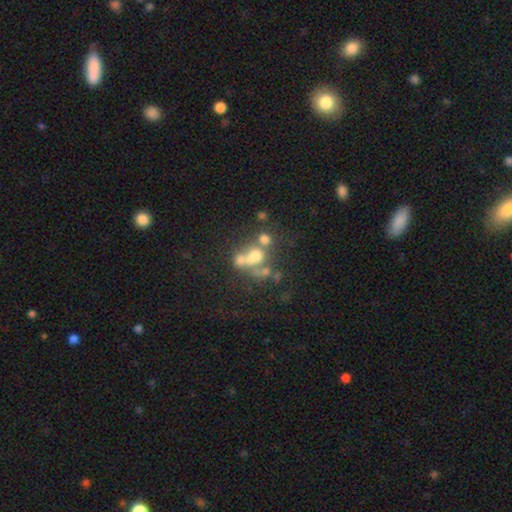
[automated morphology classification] type=smooth (45%); merging=merger (49%).